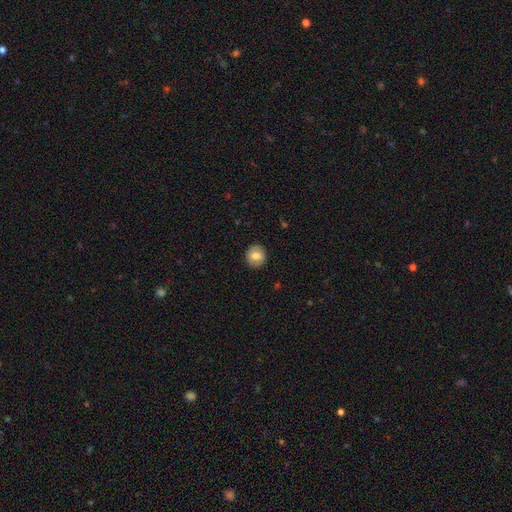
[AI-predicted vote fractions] Overall: smooth (77%). How rounded: round (86%). Merging: none (90%).